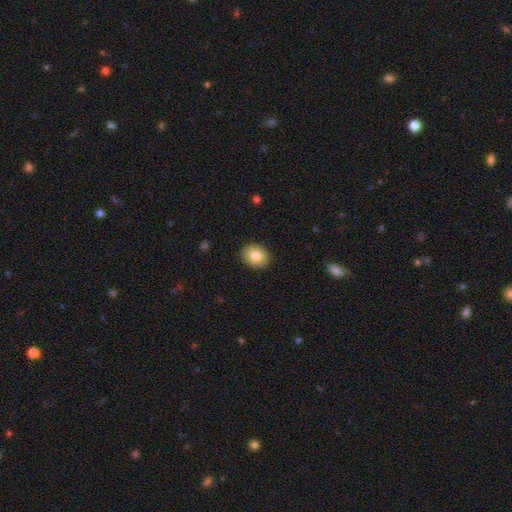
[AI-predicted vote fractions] This appears to be a smooth galaxy with no disk features (82%) that is in between round and cigar-shaped (50%). Merging: none (90%).